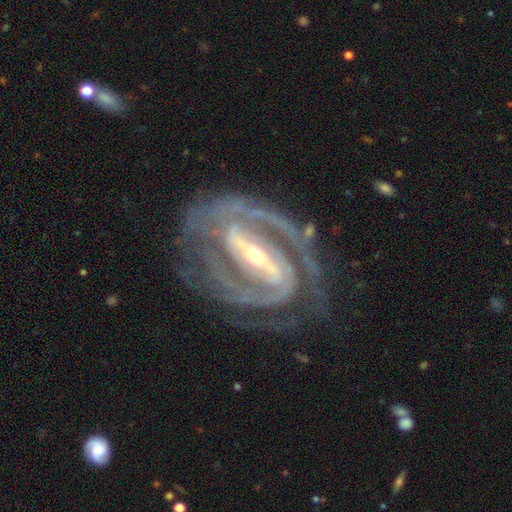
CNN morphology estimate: The model was most divided on "spiral winding": tight: 53%, medium: 39%, loose: 7%. More confident: spiral arms — yes (98%); edge-on disk — no (96%); smooth or featured — featured or disk (93%); bar — strong (77%); spiral arm count — 2 (75%); merging — none (66%); bulge size — small (56%).